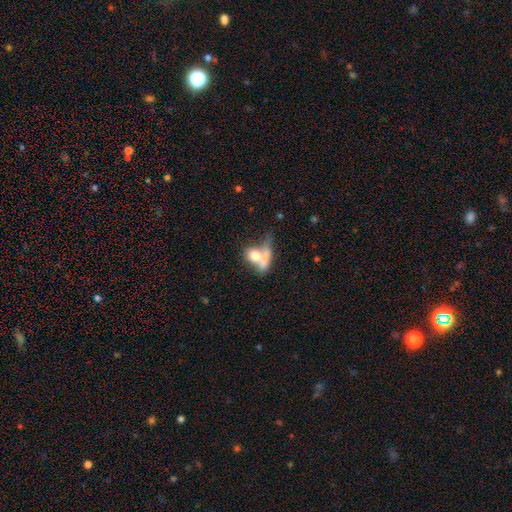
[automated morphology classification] Smooth or featured?
  - smooth: 71% *
  - featured or disk: 22%
  - star or artifact: 8%
How rounded?
  - in between: 48% *
  - round: 41%
  - cigar-shaped: 11%
Merging?
  - merger: 52% *
  - none: 24%
  - major disturbance: 14%
  - minor disturbance: 11%